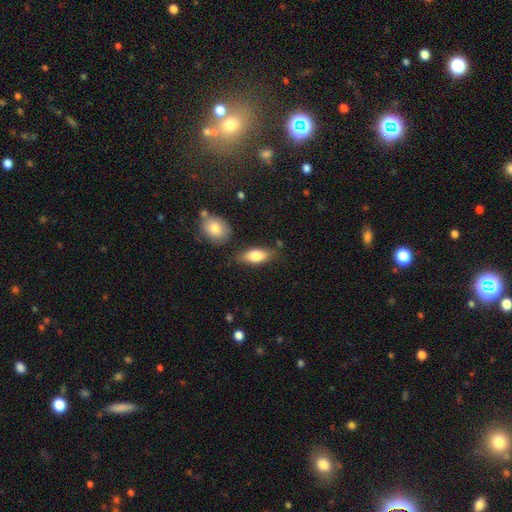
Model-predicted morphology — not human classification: The model was most divided on "merging": none: 74%, minor disturbance: 17%, merger: 6%, major disturbance: 4%. More confident: how rounded — in between (83%); smooth or featured — smooth (76%).